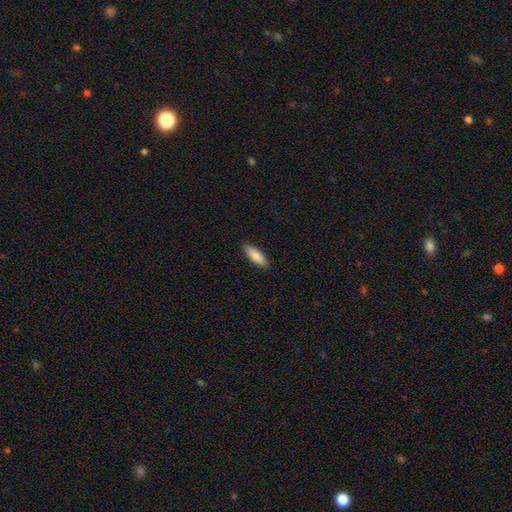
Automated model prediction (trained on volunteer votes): Smooth or featured?
  - smooth: 85% *
  - featured or disk: 10%
  - star or artifact: 6%
How rounded?
  - in between: 54% *
  - cigar-shaped: 44%
  - round: 2%
Merging?
  - none: 89% *
  - minor disturbance: 8%
  - major disturbance: 2%
  - merger: 1%